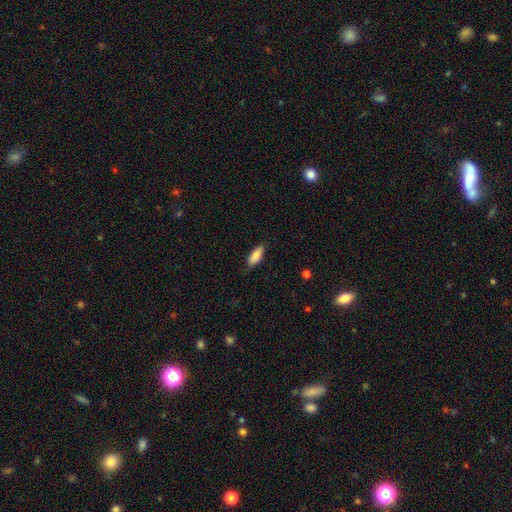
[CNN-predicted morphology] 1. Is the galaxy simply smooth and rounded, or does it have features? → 86% smooth, 8% featured or disk, 6% star or artifact.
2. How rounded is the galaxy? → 75% in between, 23% cigar-shaped, 2% round.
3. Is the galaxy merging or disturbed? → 80% none, 16% minor disturbance, 3% major disturbance, 1% merger.